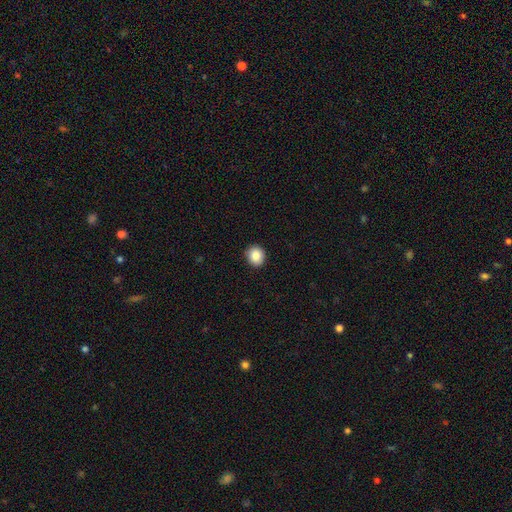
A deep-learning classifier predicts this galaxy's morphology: Overall: smooth (85%). How rounded: round (81%). Merging: none (91%).